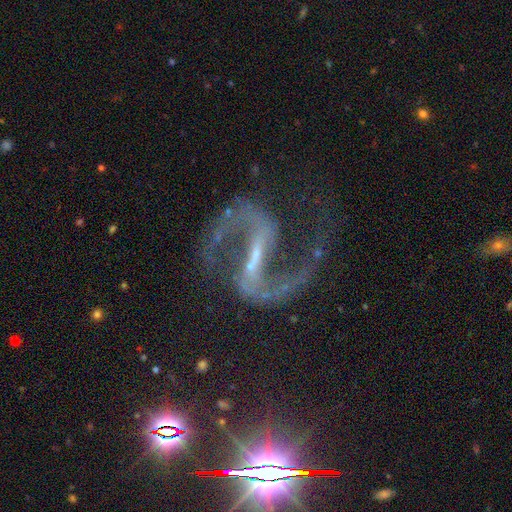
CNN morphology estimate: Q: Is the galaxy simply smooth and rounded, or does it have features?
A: featured or disk — 92%.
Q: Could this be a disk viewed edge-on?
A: no — 98%.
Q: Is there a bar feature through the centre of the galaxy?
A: strong — 58%.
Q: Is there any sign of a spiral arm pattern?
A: yes — 97%.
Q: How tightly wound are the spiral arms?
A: loose — 56%.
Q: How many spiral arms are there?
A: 2 — 94%.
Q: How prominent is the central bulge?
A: small — 58%.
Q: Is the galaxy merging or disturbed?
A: none — 67%.